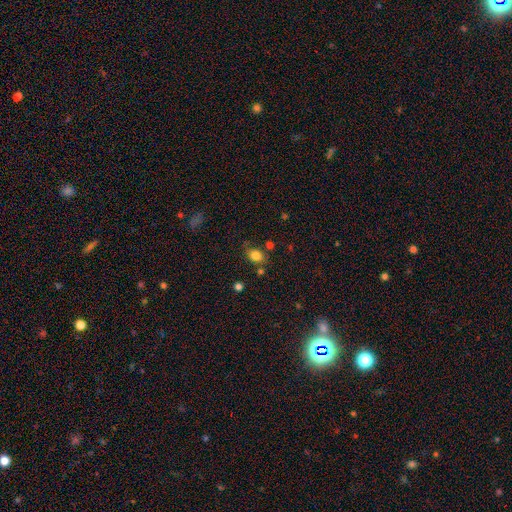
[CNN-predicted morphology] This appears to be a smooth galaxy with no disk features (82%) that is in between round and cigar-shaped (54%). Merging: none (72%).